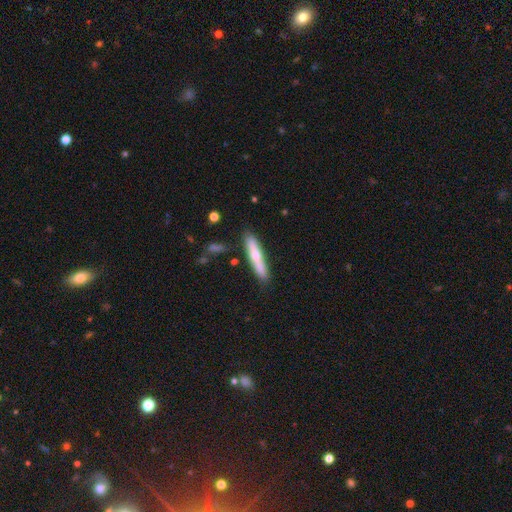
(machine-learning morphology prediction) smooth 55%, featured or disk 39%, star or artifact 6%. Down the decision tree: how rounded — cigar-shaped (88%); merging — none (84%).